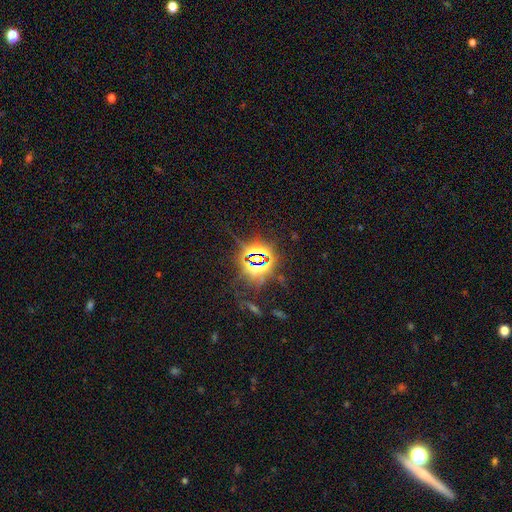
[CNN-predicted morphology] Smooth or featured?
  - star or artifact: 83% *
  - smooth: 9%
  - featured or disk: 8%